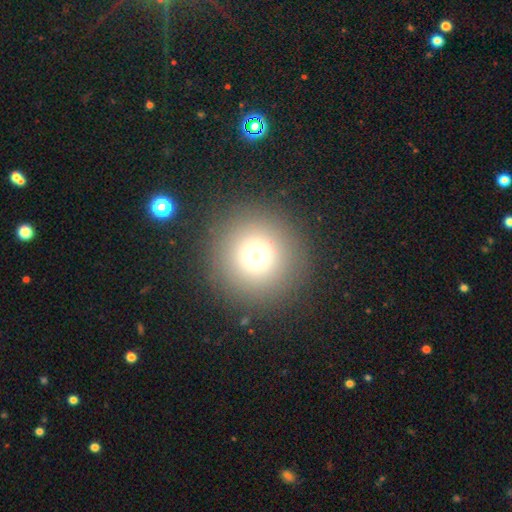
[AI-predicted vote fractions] This appears to be a smooth galaxy with no disk features (70%) that is round (96%). Merging: none (89%).